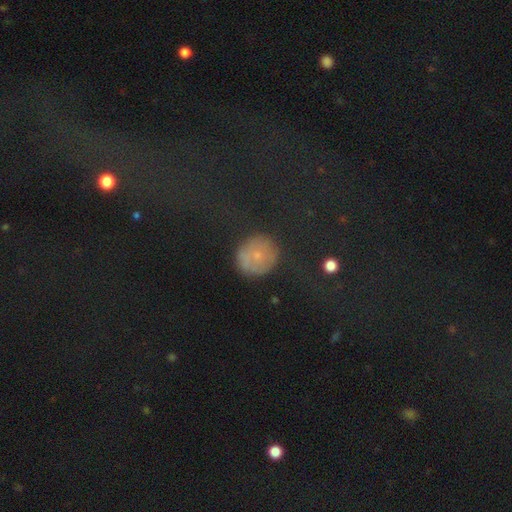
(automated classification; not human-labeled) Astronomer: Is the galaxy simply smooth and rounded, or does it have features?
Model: smooth — 56%.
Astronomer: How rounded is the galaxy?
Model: round — 88%.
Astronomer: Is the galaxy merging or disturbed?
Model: none — 77%.